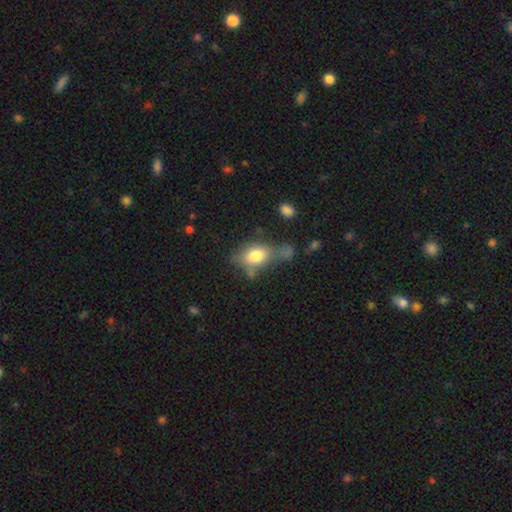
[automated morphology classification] Smooth or featured?
  - smooth: 73% *
  - featured or disk: 18%
  - star or artifact: 9%
How rounded?
  - in between: 81% *
  - round: 15%
  - cigar-shaped: 4%
Merging?
  - none: 39% *
  - minor disturbance: 23%
  - merger: 19%
  - major disturbance: 19%